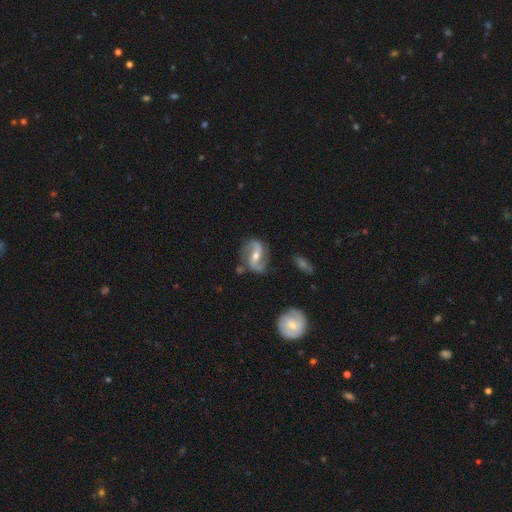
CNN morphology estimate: type=featured or disk (86%); edge-on=no (96%); bar=strong (39%); spiral arms=yes (96%); winding=loose (58%); arm count=2 (93%); bulge=moderate (58%); merging=none (76%).